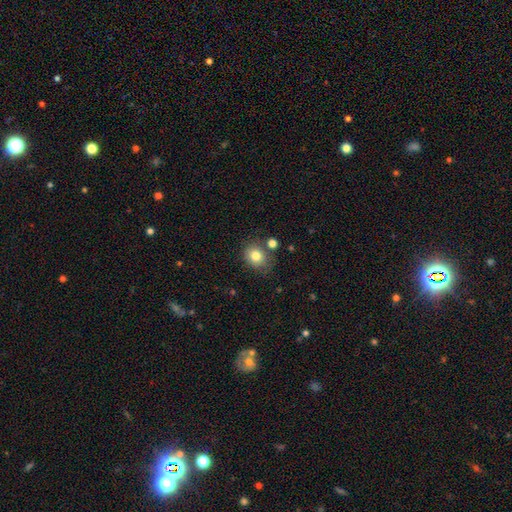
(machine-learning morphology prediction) Smooth or featured?
  - smooth: 80% *
  - star or artifact: 11%
  - featured or disk: 9%
How rounded?
  - round: 72% *
  - in between: 27%
  - cigar-shaped: 1%
Merging?
  - none: 73% *
  - minor disturbance: 14%
  - merger: 9%
  - major disturbance: 4%